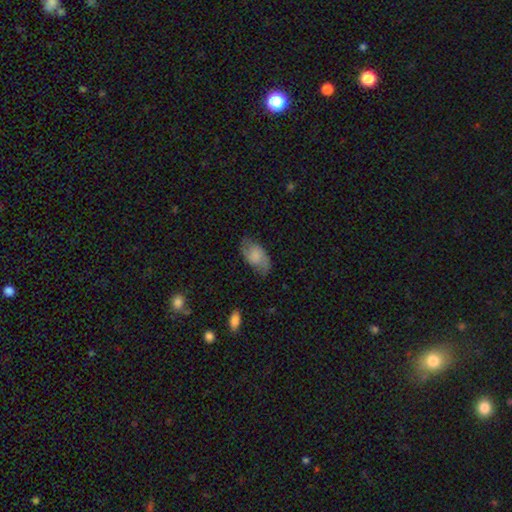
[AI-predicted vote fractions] Smooth or featured? Predicted: smooth (p=0.55). How rounded? Predicted: in between (p=0.92). Merging? Predicted: none (p=0.70).